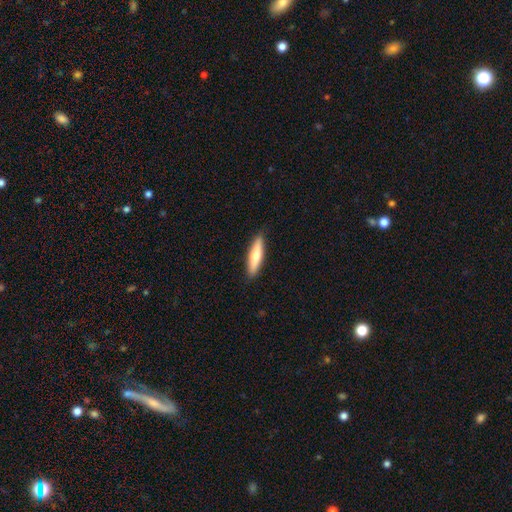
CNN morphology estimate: smooth-or-featured: smooth: 63% | featured or disk: 31% | star or artifact: 5%
  how-rounded: cigar-shaped: 76% | in between: 22% | round: 2%
  merging: none: 89% | minor disturbance: 8% | major disturbance: 2% | merger: 1%